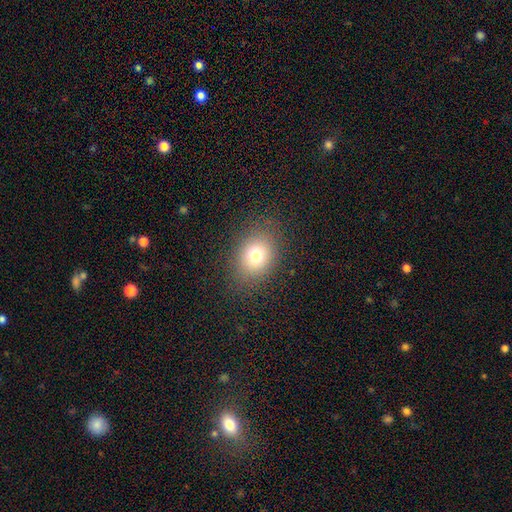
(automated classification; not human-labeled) A smooth galaxy with no disk features (74%) that is in between round and cigar-shaped (51%). Merging: none (84%).